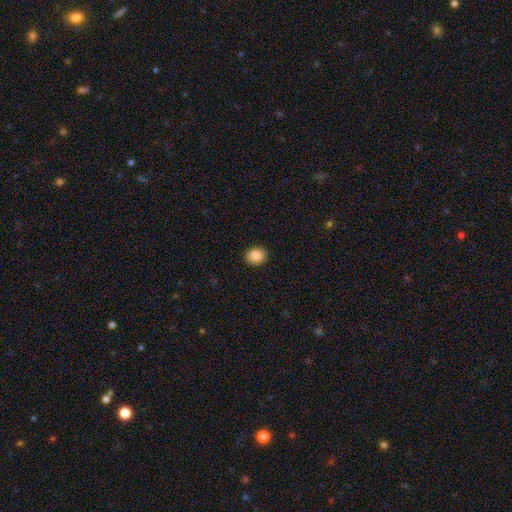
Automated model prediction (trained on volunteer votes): This appears to be a smooth galaxy with no disk features (88%) that is round (67%). Merging: none (92%).